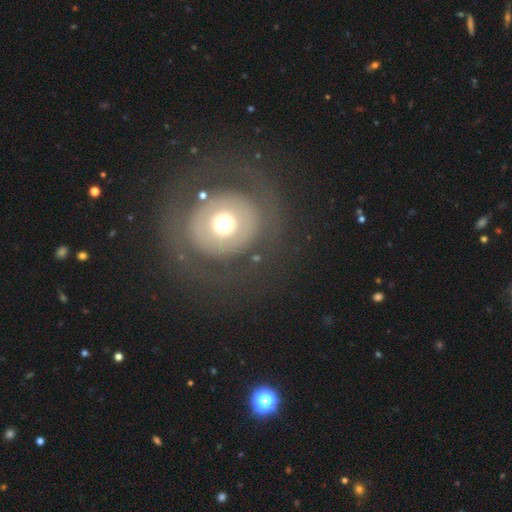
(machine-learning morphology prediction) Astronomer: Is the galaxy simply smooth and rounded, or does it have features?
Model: featured or disk — 62%.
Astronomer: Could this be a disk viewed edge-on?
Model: no — 96%.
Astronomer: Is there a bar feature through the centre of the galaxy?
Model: no — 77%.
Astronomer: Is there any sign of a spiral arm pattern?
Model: no — 60% (runner-up: yes, 40%).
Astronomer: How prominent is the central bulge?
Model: moderate — 60%.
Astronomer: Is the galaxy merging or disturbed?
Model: none — 82%.